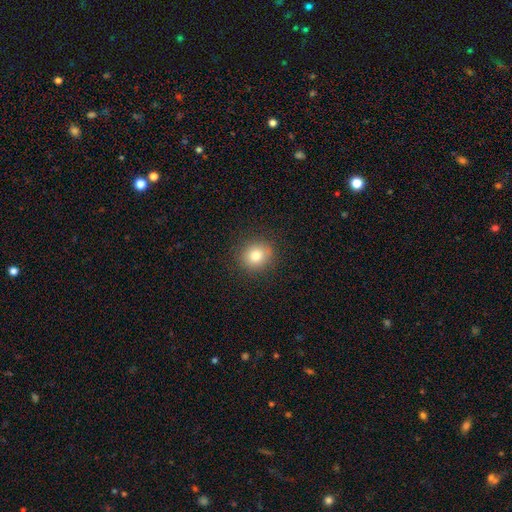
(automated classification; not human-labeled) This is likely a smooth galaxy (79%). How rounded: clearly round (82%). Merging: clearly none (88%).